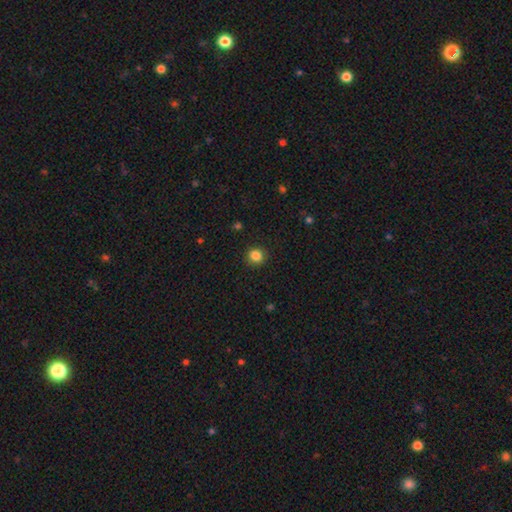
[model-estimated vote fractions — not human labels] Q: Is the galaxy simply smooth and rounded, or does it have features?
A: smooth — 85%.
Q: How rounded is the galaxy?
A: round — 91%.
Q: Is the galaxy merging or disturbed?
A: none — 91%.